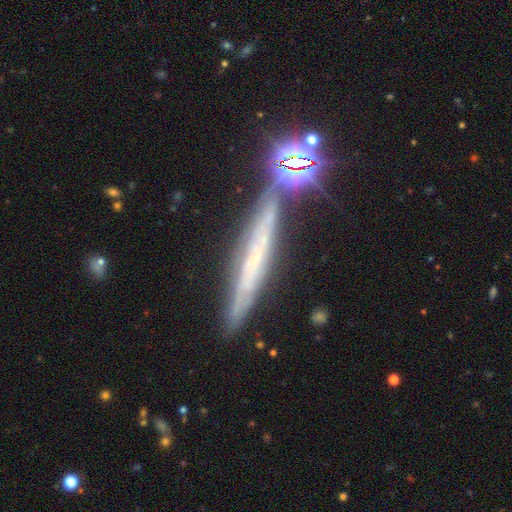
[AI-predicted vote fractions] The model was most divided on "smooth or featured": featured or disk: 60%, smooth: 25%, star or artifact: 15%. More confident: edge-on disk — yes (91%); merging — none (78%); edge-on bulge — none (77%).